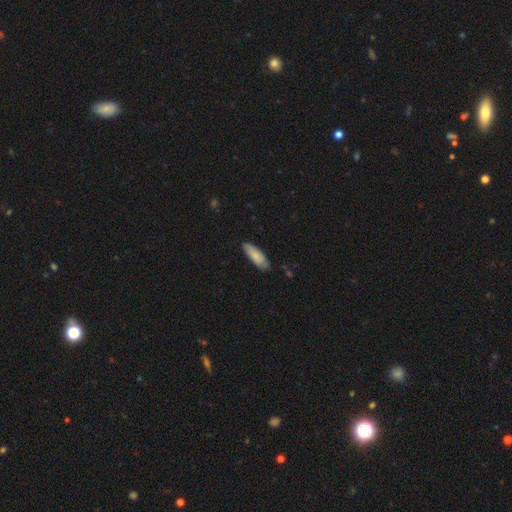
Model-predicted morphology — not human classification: type=smooth (82%); roundness=in between (60%); merging=none (79%).